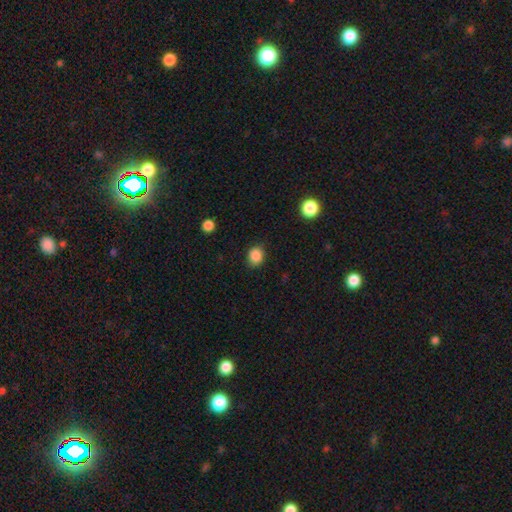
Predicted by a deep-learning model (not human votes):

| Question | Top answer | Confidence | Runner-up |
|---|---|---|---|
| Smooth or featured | smooth | 87% | star or artifact (10%) |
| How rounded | round | 61% | in between (38%) |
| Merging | none | 84% | minor disturbance (11%) |